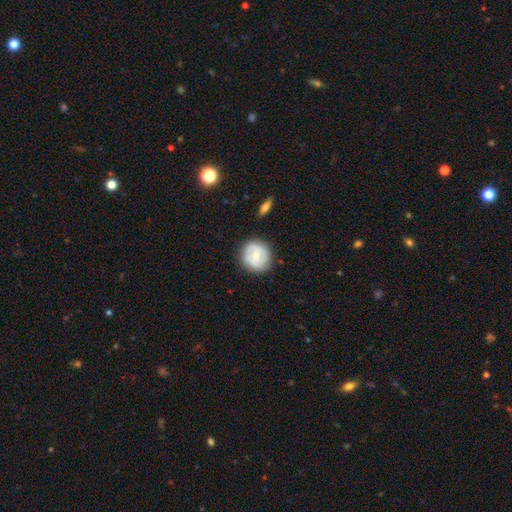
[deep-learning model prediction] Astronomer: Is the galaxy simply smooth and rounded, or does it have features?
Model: smooth — 49% (runner-up: featured or disk, 45%).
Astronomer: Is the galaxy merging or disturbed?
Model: none — 82%.